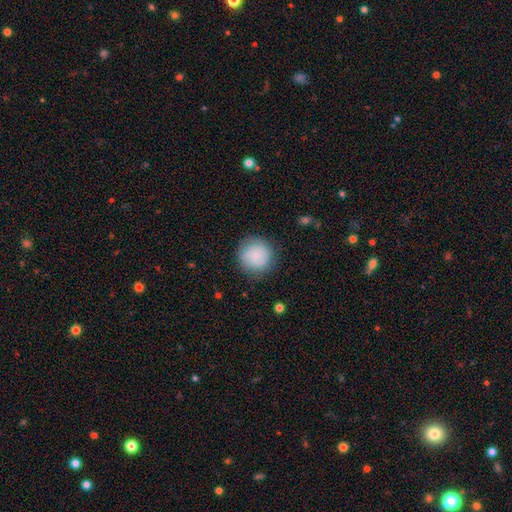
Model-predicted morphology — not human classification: Smooth or featured?
  - smooth: 76% *
  - featured or disk: 16%
  - star or artifact: 8%
How rounded?
  - round: 94% *
  - in between: 5%
  - cigar-shaped: 1%
Merging?
  - none: 83% *
  - minor disturbance: 12%
  - major disturbance: 4%
  - merger: 1%